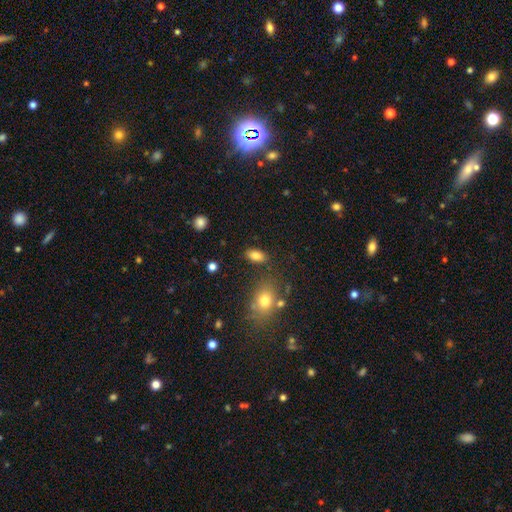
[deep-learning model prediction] This is clearly a smooth galaxy (83%). How rounded: clearly in between (90%). Merging: clearly none (82%).